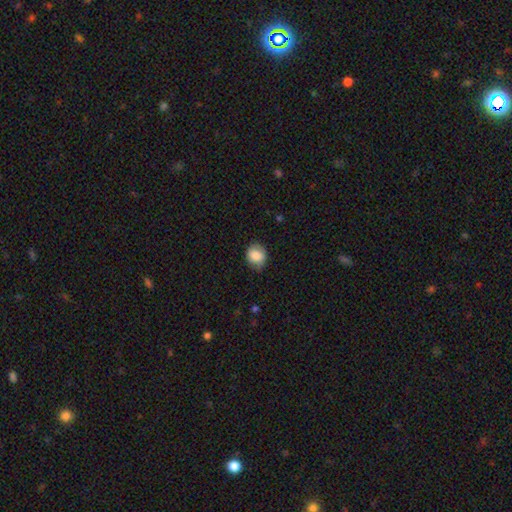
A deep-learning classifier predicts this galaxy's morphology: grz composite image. It shows a smooth galaxy with no disk features (82%) that is round (62%). Merging: none (77%).